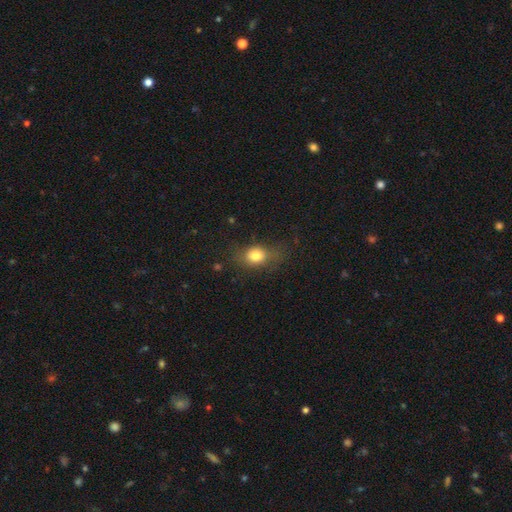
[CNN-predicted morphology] Smooth or featured?
  - smooth: 78% *
  - star or artifact: 11%
  - featured or disk: 11%
How rounded?
  - in between: 50% *
  - round: 48%
  - cigar-shaped: 2%
Merging?
  - none: 61% *
  - minor disturbance: 24%
  - major disturbance: 13%
  - merger: 2%